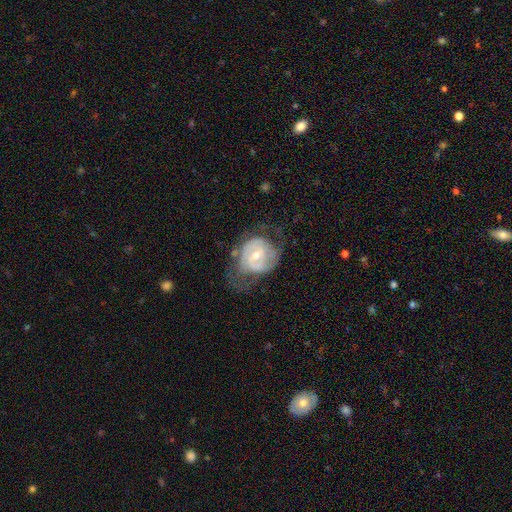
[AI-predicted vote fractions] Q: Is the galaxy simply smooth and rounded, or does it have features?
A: featured or disk — 73%.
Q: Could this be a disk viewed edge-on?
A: no — 97%.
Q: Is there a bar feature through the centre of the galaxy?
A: weak — 45%.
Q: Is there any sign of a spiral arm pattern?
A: yes — 79%.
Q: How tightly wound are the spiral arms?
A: tight — 46%.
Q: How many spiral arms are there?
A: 2 — 57%.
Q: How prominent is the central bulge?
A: small — 49%.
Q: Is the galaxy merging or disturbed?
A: none — 45%.